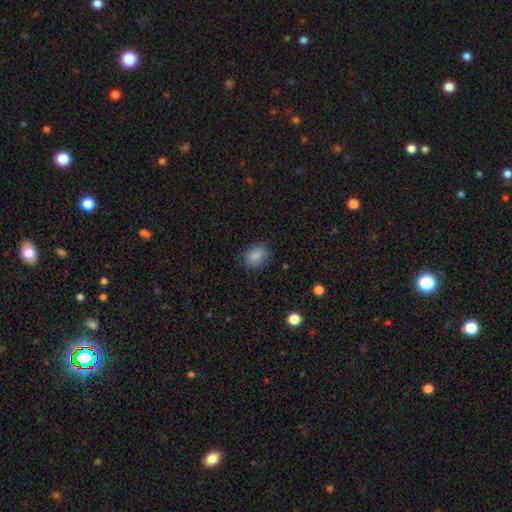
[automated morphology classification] The model was most divided on "how rounded": in between: 68%, round: 31%, cigar-shaped: 1%. More confident: smooth or featured — smooth (86%); merging — none (77%).